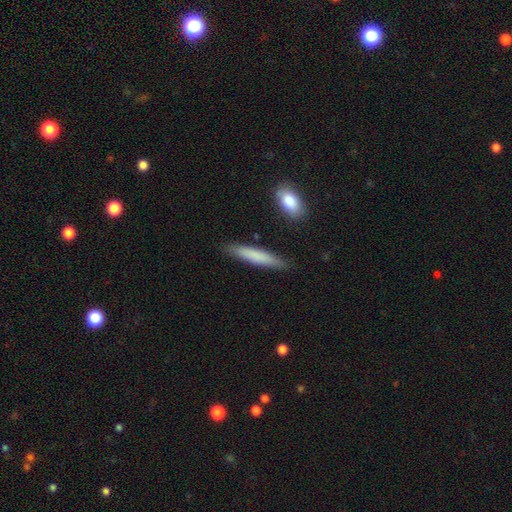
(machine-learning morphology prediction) type=smooth (75%); roundness=cigar-shaped (89%); merging=none (86%).